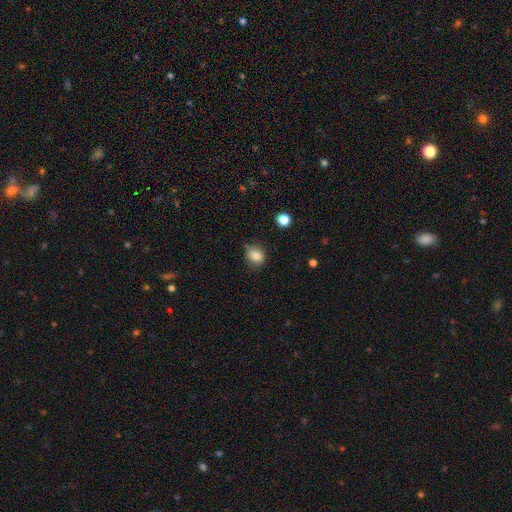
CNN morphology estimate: Smooth or featured: smooth — 81% (star or artifact — 11%)
How rounded: round — 60% (in between — 39%)
Merging: none — 58% (minor disturbance — 32%)